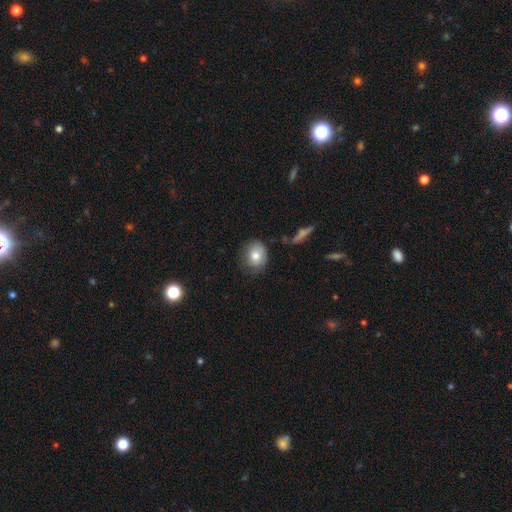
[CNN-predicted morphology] smooth_or_featured: smooth (p=0.74) [alt: featured or disk p=0.18]
how_rounded: round (p=0.61) [alt: in between p=0.38]
merging: none (p=0.68) [alt: minor disturbance p=0.23]